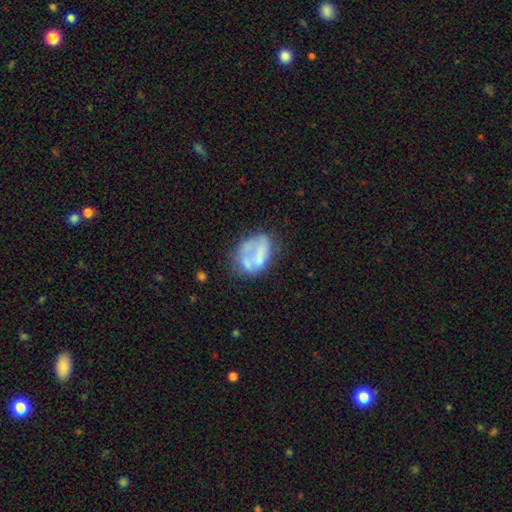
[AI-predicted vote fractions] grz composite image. It shows a smooth galaxy with no disk features (48%). Merging: none (38%).